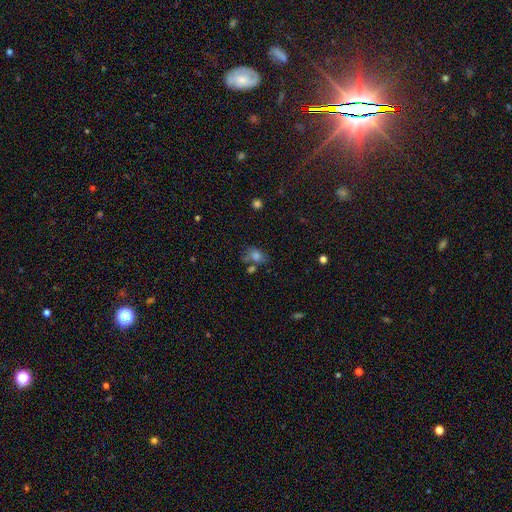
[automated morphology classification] The model was most divided on "merging": none: 48%, merger: 21%, minor disturbance: 21%, major disturbance: 10%. More confident: smooth or featured — smooth (71%); how rounded — in between (65%).